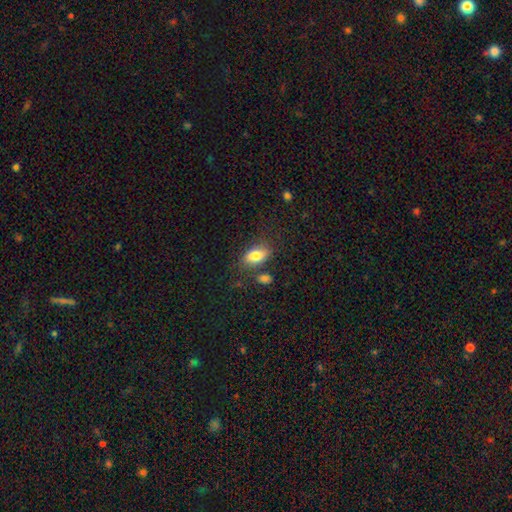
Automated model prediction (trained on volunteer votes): The model was most divided on "merging": none: 71%, minor disturbance: 15%, merger: 9%, major disturbance: 5%. More confident: how rounded — in between (90%); smooth or featured — smooth (80%).